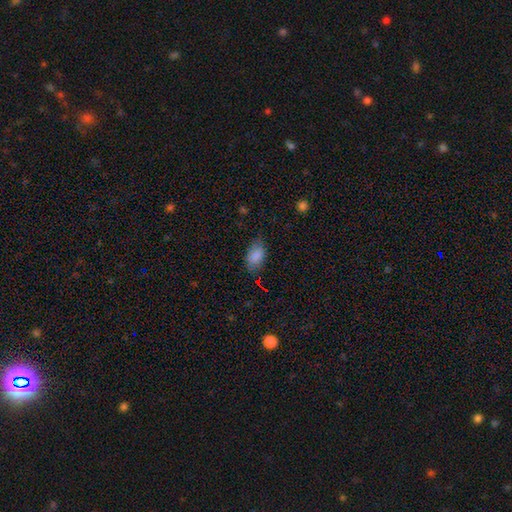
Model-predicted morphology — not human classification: This is clearly a smooth galaxy (85%). How rounded: clearly in between (92%). Merging: likely none (72%).